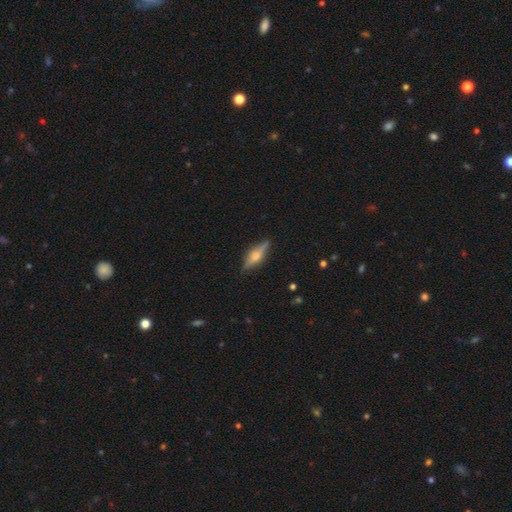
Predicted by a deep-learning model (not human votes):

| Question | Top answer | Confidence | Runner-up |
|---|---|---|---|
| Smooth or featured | featured or disk | 62% | smooth (31%) |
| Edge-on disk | yes | 96% | no (4%) |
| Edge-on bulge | rounded | 88% | boxy (8%) |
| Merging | none | 87% | minor disturbance (10%) |